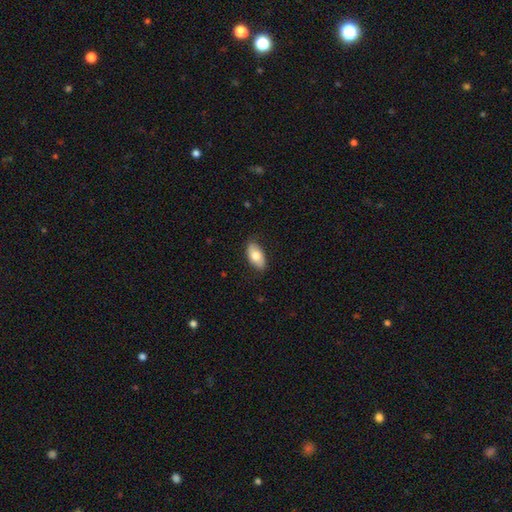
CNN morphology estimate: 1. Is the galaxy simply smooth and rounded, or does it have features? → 75% smooth, 19% featured or disk, 6% star or artifact.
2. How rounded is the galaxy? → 93% in between, 4% round, 3% cigar-shaped.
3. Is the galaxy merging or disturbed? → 84% none, 13% minor disturbance, 2% major disturbance, 1% merger.